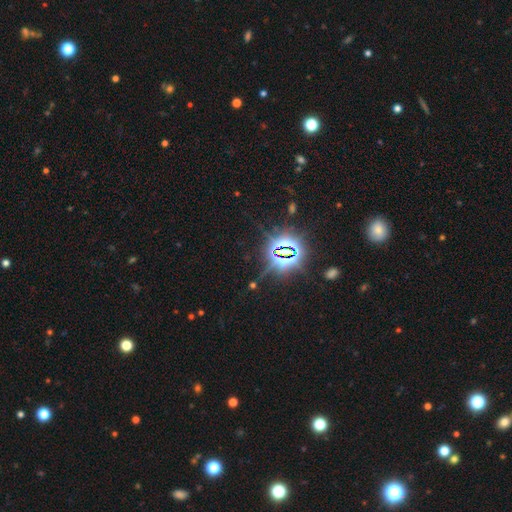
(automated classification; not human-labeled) Smooth or featured?
  - star or artifact: 82% *
  - smooth: 10%
  - featured or disk: 7%